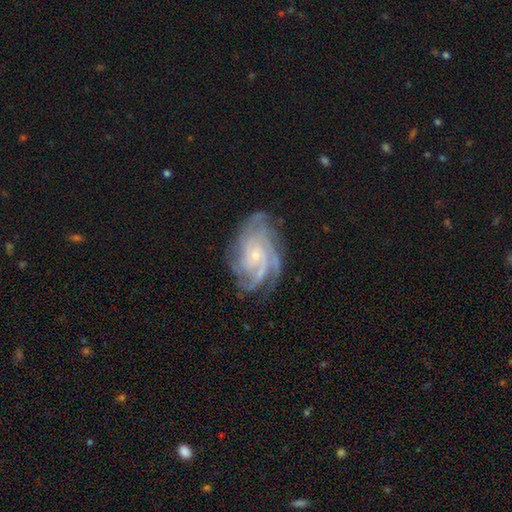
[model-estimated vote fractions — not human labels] smooth_or_featured: featured or disk (p=0.88) [alt: star or artifact p=0.06]
disk_edge_on: no (p=0.97) [alt: yes p=0.03]
bar: no (p=0.70) [alt: weak p=0.25]
has_spiral_arms: yes (p=0.98) [alt: no p=0.02]
spiral_winding: tight (p=0.62) [alt: medium p=0.32]
spiral_arm_count: 4 (p=0.34) [alt: 3 p=0.19]
bulge_size: small (p=0.74) [alt: moderate p=0.20]
merging: none (p=0.73) [alt: minor disturbance p=0.18]